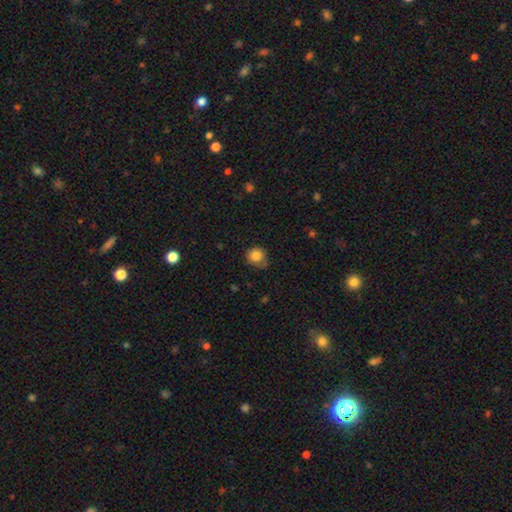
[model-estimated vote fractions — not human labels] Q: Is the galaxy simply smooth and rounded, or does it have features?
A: smooth — 83%.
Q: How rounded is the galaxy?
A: round — 86%.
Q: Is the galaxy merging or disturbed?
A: none — 69%.